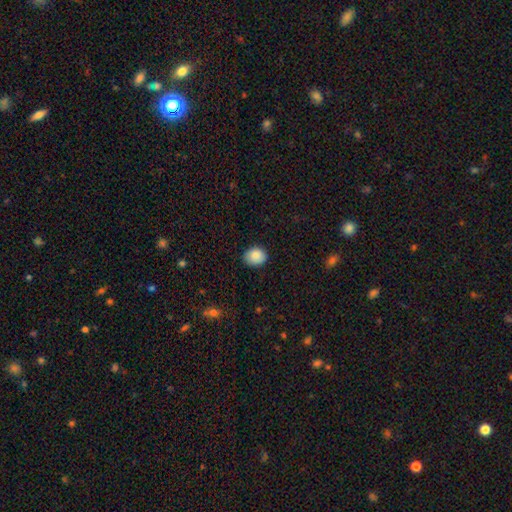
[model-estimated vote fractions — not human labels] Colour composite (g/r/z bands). It shows a smooth galaxy with no disk features (88%) that is round (50%). Merging: none (84%).